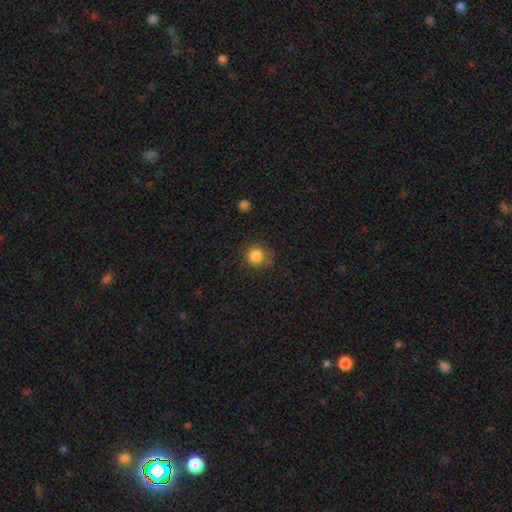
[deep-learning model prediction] Smooth or featured? Predicted: smooth (p=0.84). How rounded? Predicted: round (p=0.90). Merging? Predicted: none (p=0.72).